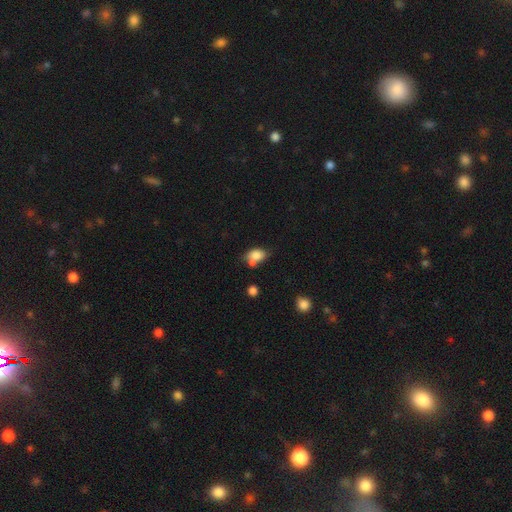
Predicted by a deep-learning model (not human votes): smooth_or_featured: smooth (p=0.79) [alt: featured or disk p=0.11]
how_rounded: in between (p=0.80) [alt: round p=0.19]
merging: none (p=0.39) [alt: merger p=0.30]